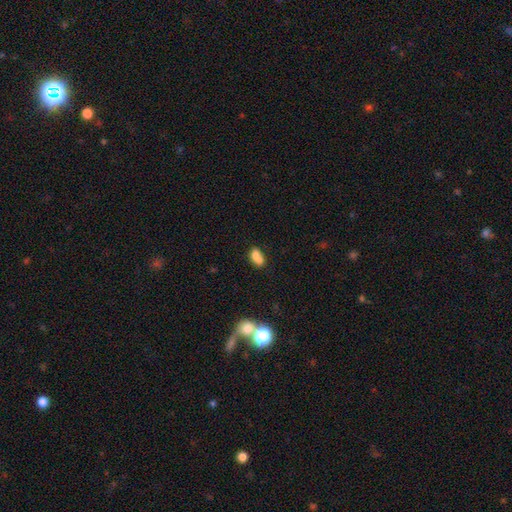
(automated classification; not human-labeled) Morphology: type=smooth (73%); roundness=in between (76%); merging=merger (49%).